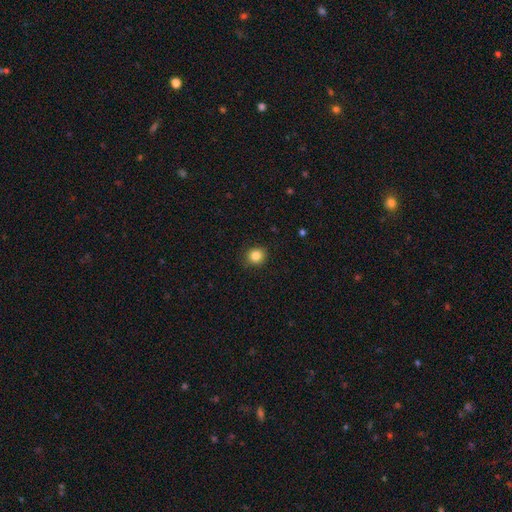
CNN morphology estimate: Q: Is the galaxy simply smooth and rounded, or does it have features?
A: smooth — 84%.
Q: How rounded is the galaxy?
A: round — 88%.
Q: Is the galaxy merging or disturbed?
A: none — 88%.